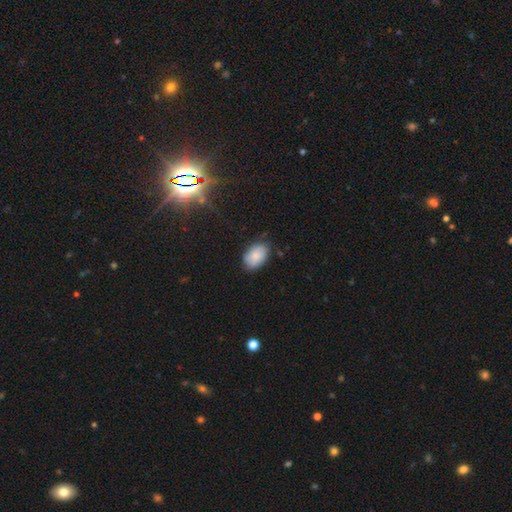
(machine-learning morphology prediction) Overall: smooth (79%). How rounded: in between (90%). Merging: none (72%).